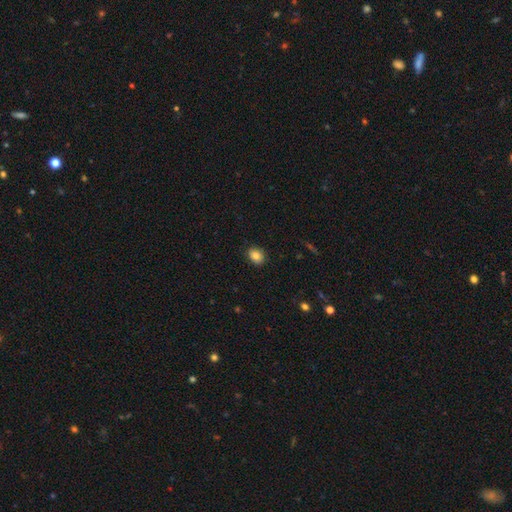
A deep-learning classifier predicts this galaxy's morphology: This is clearly a smooth galaxy (84%). How rounded: possibly in between (53%). Merging: clearly none (89%).